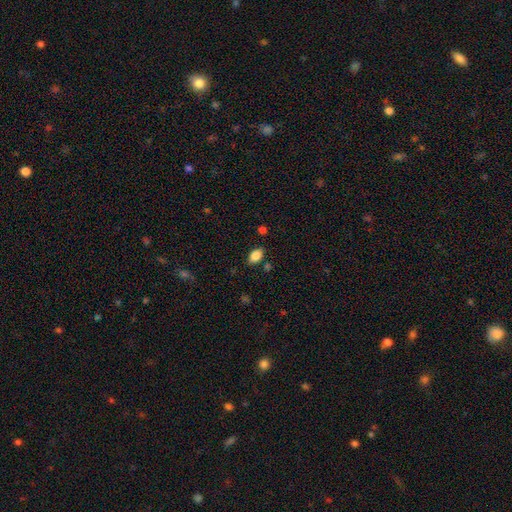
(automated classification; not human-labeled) A smooth galaxy with no disk features (86%) that is in between round and cigar-shaped (90%). Merging: none (83%).